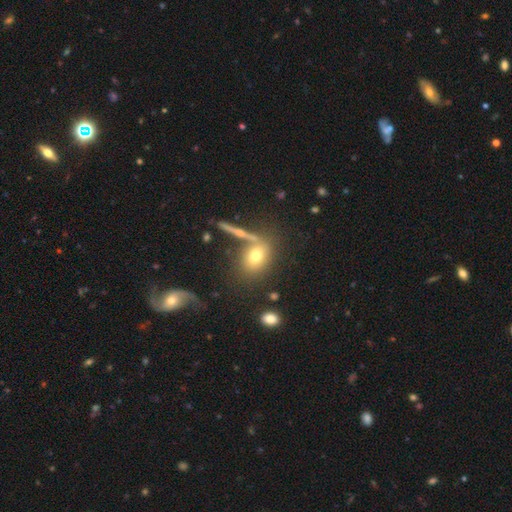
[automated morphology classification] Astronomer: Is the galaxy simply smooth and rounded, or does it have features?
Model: smooth — 68%.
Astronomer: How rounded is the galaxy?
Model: in between — 64%.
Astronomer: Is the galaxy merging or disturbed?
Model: none — 59%.